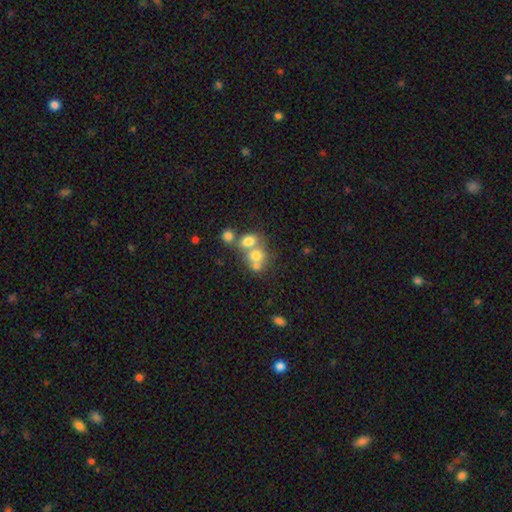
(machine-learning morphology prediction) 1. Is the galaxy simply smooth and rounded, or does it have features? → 62% smooth, 23% featured or disk, 15% star or artifact.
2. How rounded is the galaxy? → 59% round, 40% in between, 1% cigar-shaped.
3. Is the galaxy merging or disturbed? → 60% merger, 28% none, 8% minor disturbance, 5% major disturbance.